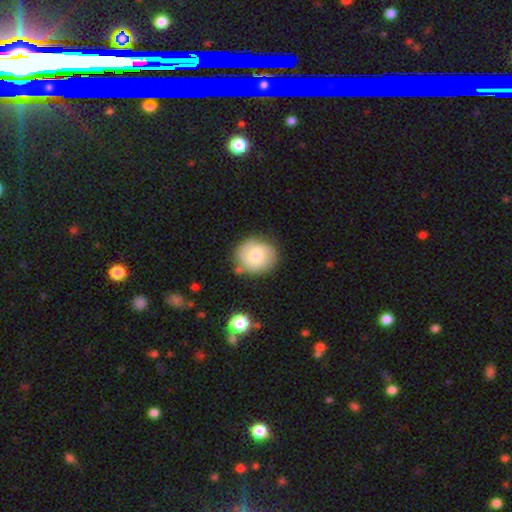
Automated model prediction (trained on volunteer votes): The model was most divided on "smooth or featured": featured or disk: 47%, smooth: 46%, star or artifact: 7%. More confident: merging — none (78%).